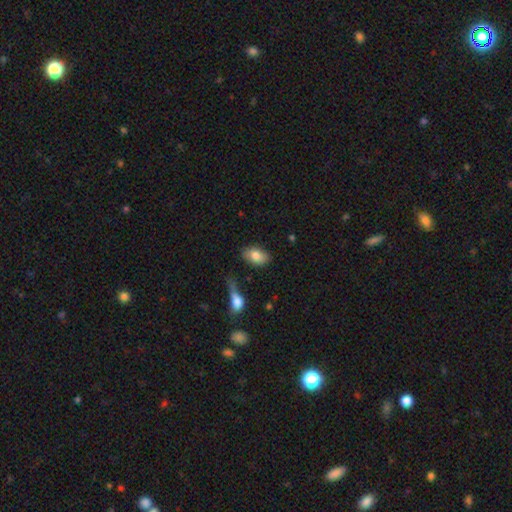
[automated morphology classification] type=smooth (80%); roundness=in between (90%); merging=none (76%).